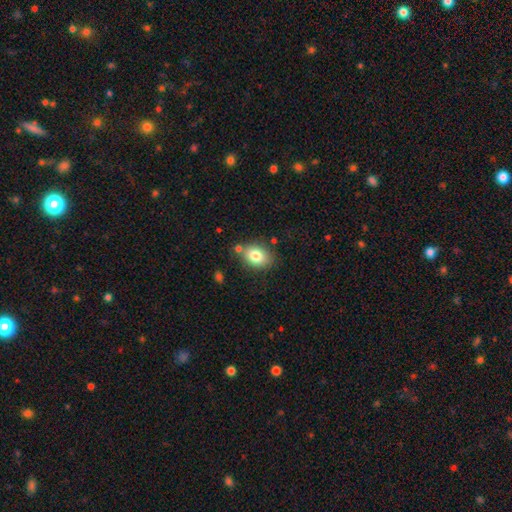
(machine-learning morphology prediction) The model was most divided on "how rounded": in between: 70%, round: 29%, cigar-shaped: 1%. More confident: smooth or featured — smooth (80%); merging — none (76%).